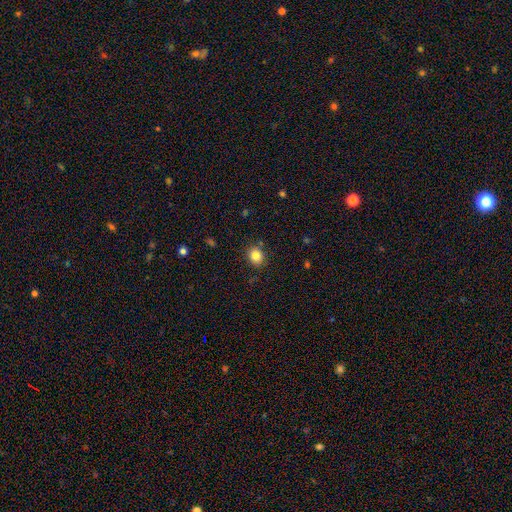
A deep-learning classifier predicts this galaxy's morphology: Smooth or featured? smooth (84%)
How rounded? round (71%)
Merging? none (85%)